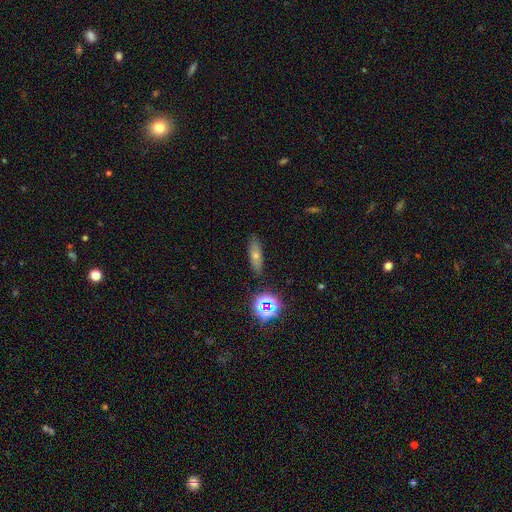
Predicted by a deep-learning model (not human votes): A smooth galaxy with no disk features (63%) that is in between round and cigar-shaped (53%).

Vote fractions:
- Smooth or featured? smooth: 63% / featured or disk: 22% / star or artifact: 16%
- How rounded? in between: 53% / cigar-shaped: 41% / round: 6%
- Merging? none: 83% / minor disturbance: 12% / major disturbance: 3% / merger: 2%